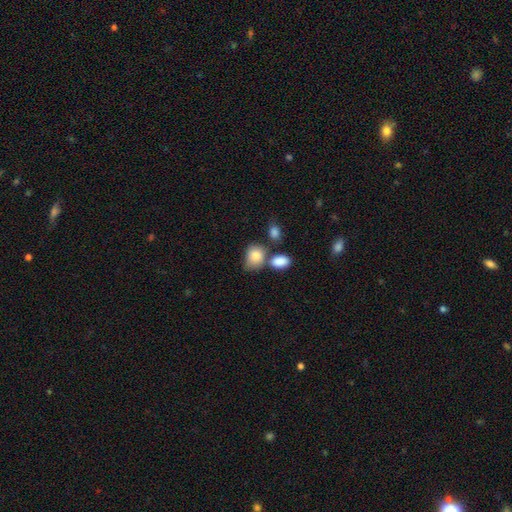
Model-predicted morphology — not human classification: Smooth or featured? Predicted: smooth (p=0.84). How rounded? Predicted: in between (p=0.62). Merging? Predicted: none (p=0.46).